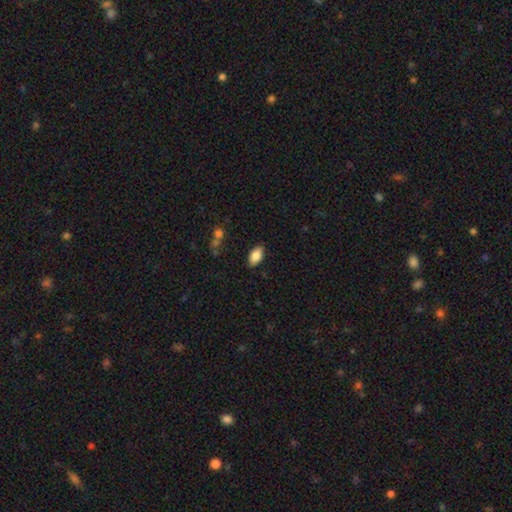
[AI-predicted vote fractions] This is clearly a smooth galaxy (85%). How rounded: clearly in between (92%). Merging: clearly none (85%).